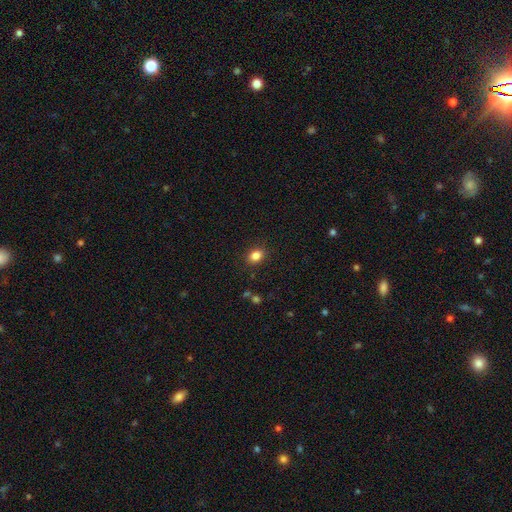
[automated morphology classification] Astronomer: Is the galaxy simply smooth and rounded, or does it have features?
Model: smooth — 84%.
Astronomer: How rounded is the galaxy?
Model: in between — 62%.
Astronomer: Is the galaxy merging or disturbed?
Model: none — 88%.